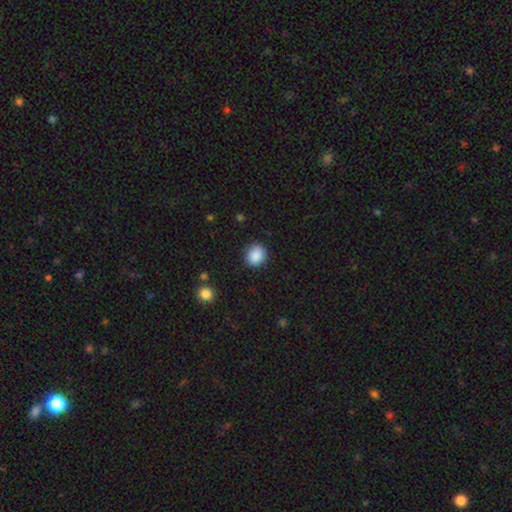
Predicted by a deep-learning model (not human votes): A smooth galaxy with no disk features (88%) that is round (71%). Merging: none (87%).